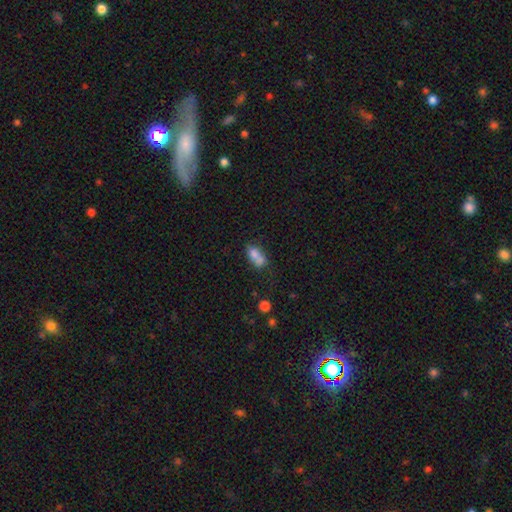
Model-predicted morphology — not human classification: Smooth or featured? Predicted: smooth (p=0.72). How rounded? Predicted: in between (p=0.78). Merging? Predicted: merger (p=0.47).